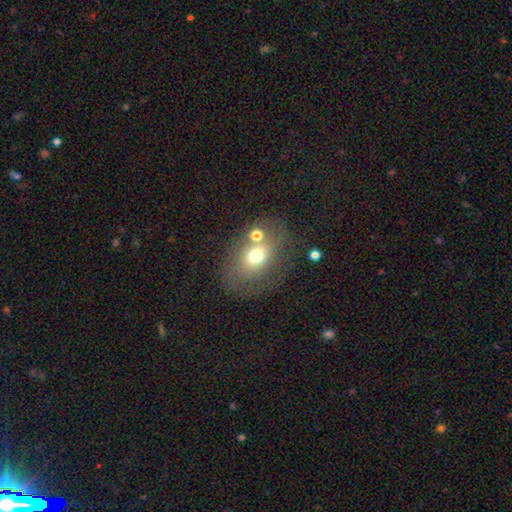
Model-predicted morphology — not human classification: A smooth galaxy with no disk features (62%) that is in between round and cigar-shaped (61%). Merging: none (54%).